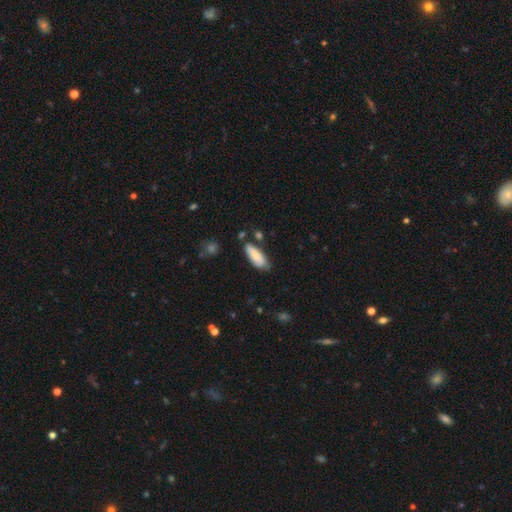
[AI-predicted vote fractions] Overall: smooth (83%). How rounded: in between (68%; cigar-shaped 30%). Merging: none (68%).